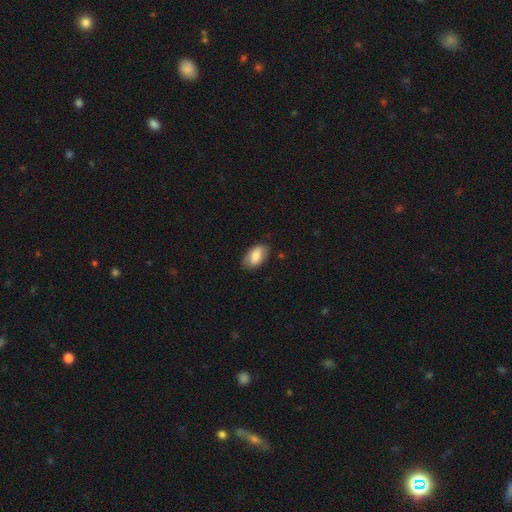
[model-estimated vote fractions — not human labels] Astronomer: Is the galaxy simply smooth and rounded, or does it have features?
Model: smooth — 75%.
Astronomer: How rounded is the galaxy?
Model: in between — 92%.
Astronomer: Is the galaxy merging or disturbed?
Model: none — 79%.